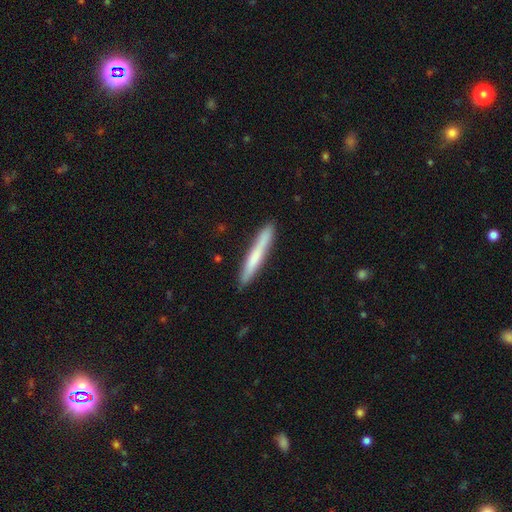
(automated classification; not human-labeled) smooth-or-featured: smooth: 63% | featured or disk: 31% | star or artifact: 5%
  how-rounded: cigar-shaped: 96% | in between: 3% | round: 1%
  merging: none: 87% | minor disturbance: 10% | major disturbance: 2% | merger: 2%